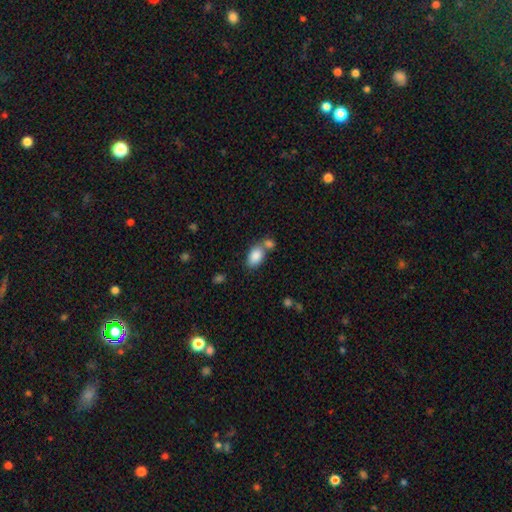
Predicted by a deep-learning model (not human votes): Overall: smooth (86%). How rounded: in between (89%). Merging: none (48%; merger 36%).